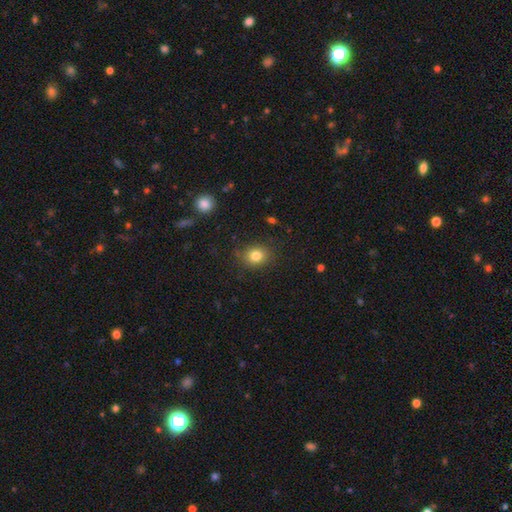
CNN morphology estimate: smooth-or-featured: smooth: 82% | star or artifact: 11% | featured or disk: 7%
  how-rounded: round: 69% | in between: 31% | cigar-shaped: 1%
  merging: none: 83% | minor disturbance: 12% | major disturbance: 3% | merger: 1%